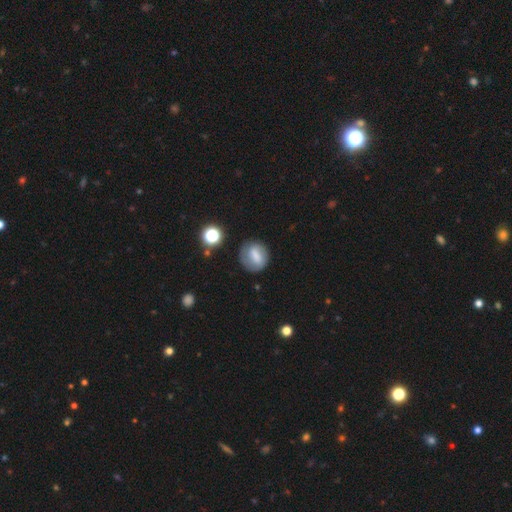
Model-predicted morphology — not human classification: This appears to be a smooth galaxy with no disk features (62%) that is round (63%). Merging: none (71%).